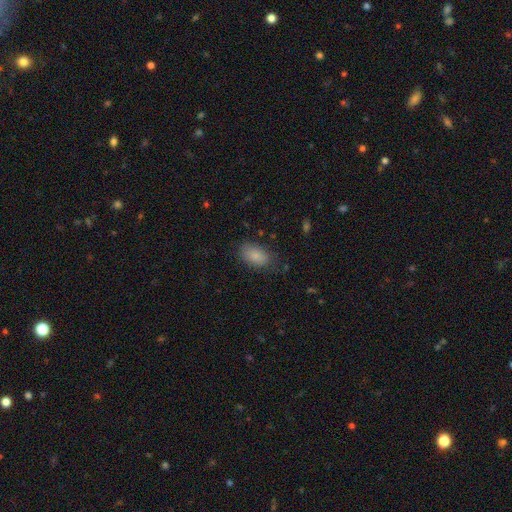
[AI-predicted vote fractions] Morphology: type=smooth (86%); roundness=in between (91%); merging=none (76%).